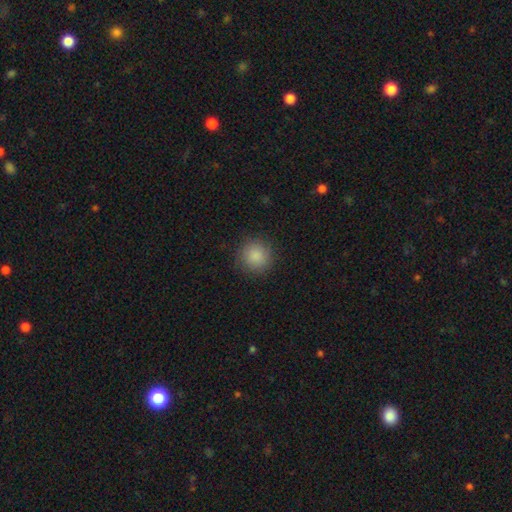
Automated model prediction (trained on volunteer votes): Smooth or featured: smooth — 87% (star or artifact — 9%)
How rounded: round — 94% (in between — 5%)
Merging: none — 89% (minor disturbance — 7%)